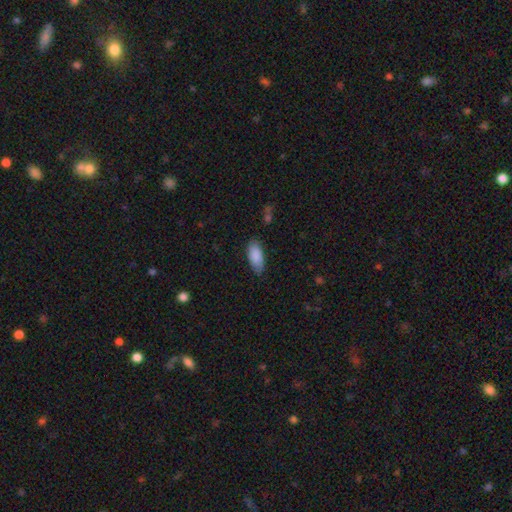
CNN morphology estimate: Overall: smooth (88%). How rounded: in between (88%). Merging: none (80%).